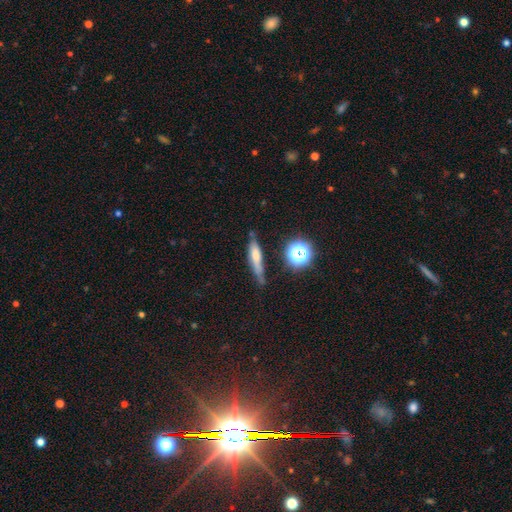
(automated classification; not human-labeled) A smooth galaxy with no disk features (50%) that is cigar-shaped (75%). Merging: none (66%).